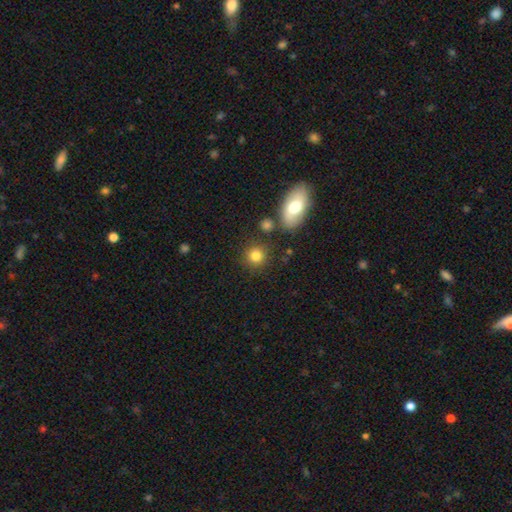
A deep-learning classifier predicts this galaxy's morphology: A smooth galaxy with no disk features (82%) that is round (87%).

Vote fractions:
- Smooth or featured? smooth: 82% / star or artifact: 11% / featured or disk: 7%
- How rounded? round: 87% / in between: 12% / cigar-shaped: 1%
- Merging? none: 82% / minor disturbance: 9% / merger: 6% / major disturbance: 3%